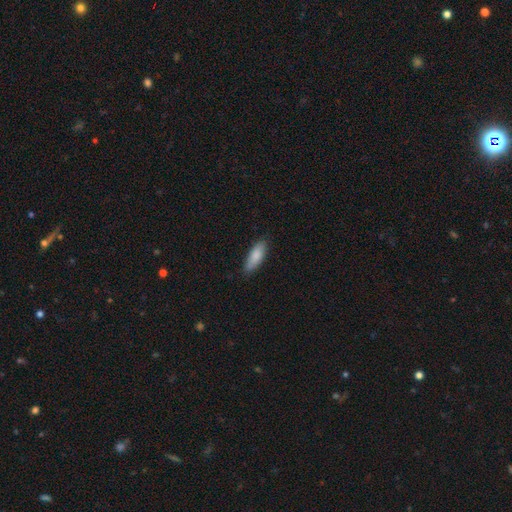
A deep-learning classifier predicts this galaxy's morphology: This is clearly a smooth galaxy (86%). How rounded: likely in between (63%). Merging: clearly none (81%).